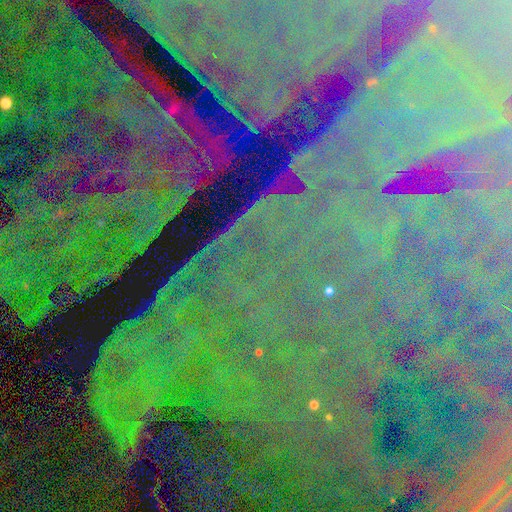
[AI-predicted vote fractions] Morphology: type=star or artifact (86%).